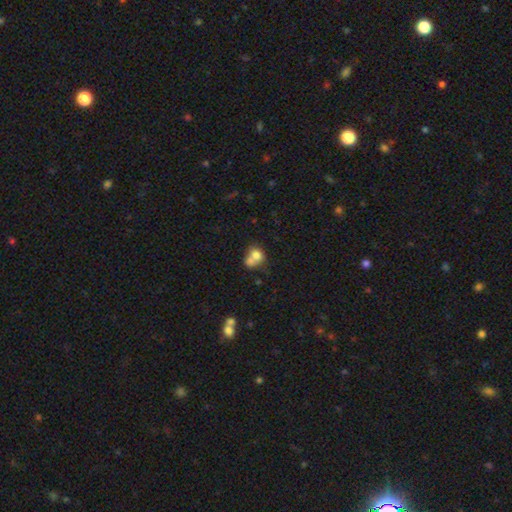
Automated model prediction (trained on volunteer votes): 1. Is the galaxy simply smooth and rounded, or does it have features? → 72% smooth, 18% featured or disk, 10% star or artifact.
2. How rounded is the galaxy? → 58% round, 41% in between, 1% cigar-shaped.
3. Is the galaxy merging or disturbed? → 61% merger, 25% none, 9% minor disturbance, 5% major disturbance.